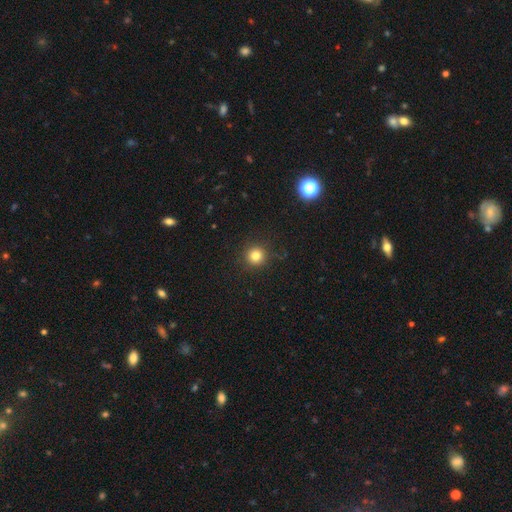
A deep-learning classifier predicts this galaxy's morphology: smooth_or_featured: smooth (p=0.81) [alt: star or artifact p=0.13]
how_rounded: round (p=0.95) [alt: in between p=0.04]
merging: none (p=0.90) [alt: minor disturbance p=0.06]